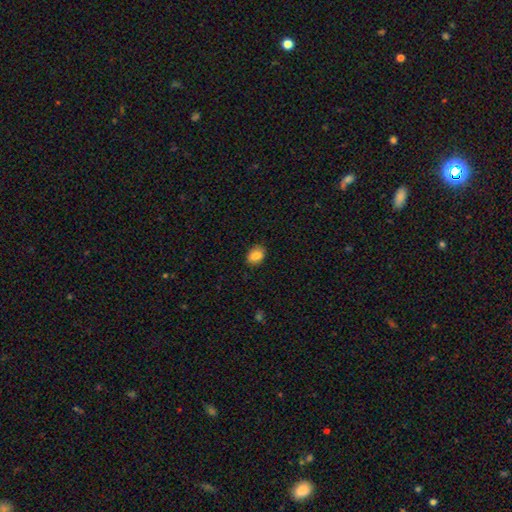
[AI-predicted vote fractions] Smooth or featured? smooth (84%)
How rounded? in between (77%)
Merging? none (84%)